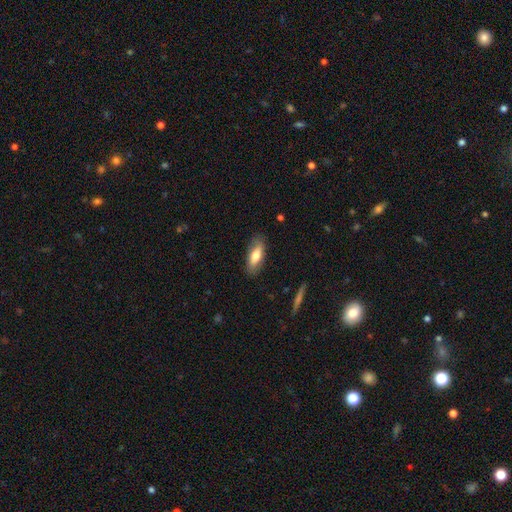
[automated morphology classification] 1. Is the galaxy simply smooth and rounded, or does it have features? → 70% smooth, 24% featured or disk, 6% star or artifact.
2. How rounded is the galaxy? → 69% in between, 28% cigar-shaped, 2% round.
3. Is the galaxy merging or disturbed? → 85% none, 11% minor disturbance, 3% major disturbance, 1% merger.